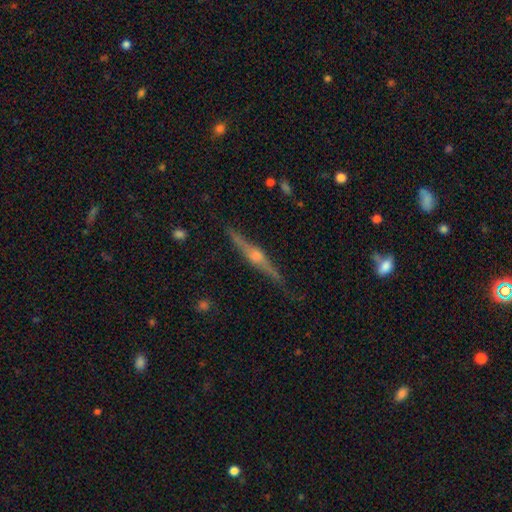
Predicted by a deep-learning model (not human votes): Smooth or featured? featured or disk (80%)
Edge-on disk? yes (98%)
Edge-on bulge? rounded (89%)
Merging? none (86%)